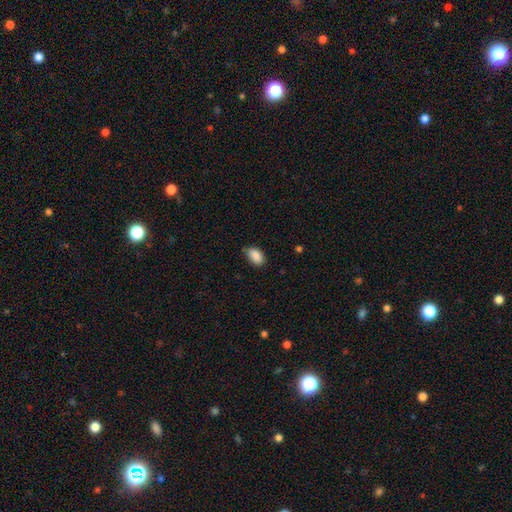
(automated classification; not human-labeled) Overall: smooth (89%). How rounded: in between (92%). Merging: none (78%).